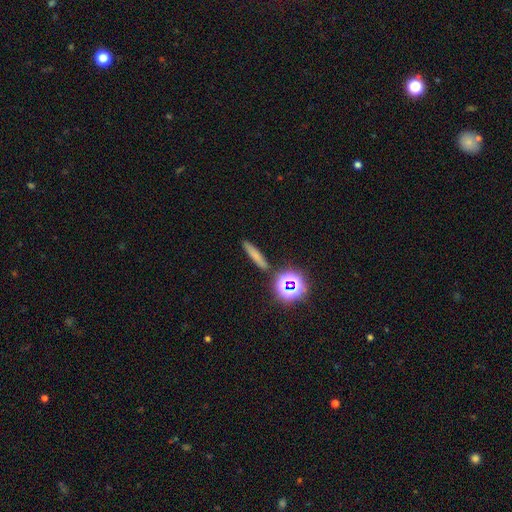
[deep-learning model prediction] Smooth or featured?
  - smooth: 66% *
  - star or artifact: 19%
  - featured or disk: 15%
How rounded?
  - cigar-shaped: 82% *
  - in between: 9%
  - round: 9%
Merging?
  - none: 87% *
  - minor disturbance: 7%
  - merger: 3%
  - major disturbance: 2%